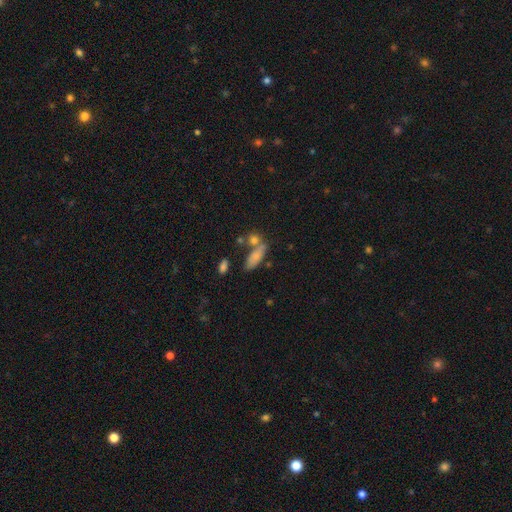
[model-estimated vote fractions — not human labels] Morphology: type=smooth (78%); roundness=in between (62%); merging=none (56%).